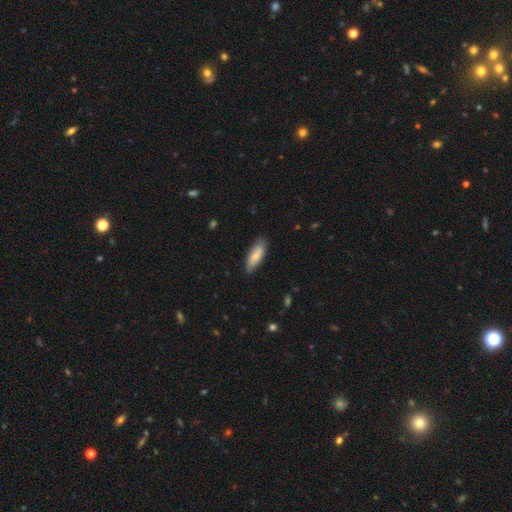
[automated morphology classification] smooth_or_featured: smooth (p=0.75) [alt: featured or disk p=0.20]
how_rounded: in between (p=0.64) [alt: cigar-shaped p=0.34]
merging: none (p=0.81) [alt: minor disturbance p=0.15]